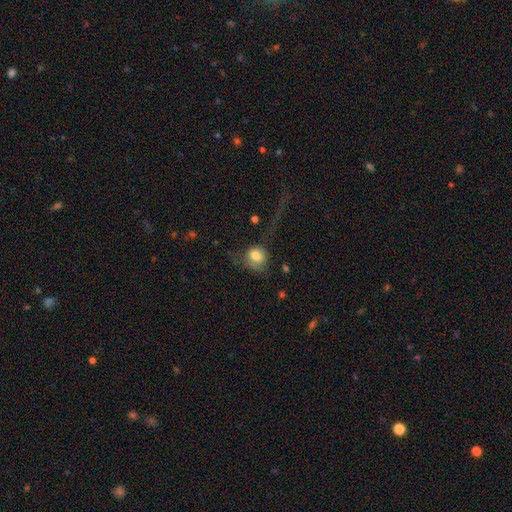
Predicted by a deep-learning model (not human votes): A smooth galaxy with no disk features (76%) that is round (63%).

Vote fractions:
- Smooth or featured? smooth: 76% / featured or disk: 14% / star or artifact: 10%
- How rounded? round: 63% / in between: 36% / cigar-shaped: 1%
- Merging? none: 38% / major disturbance: 37% / minor disturbance: 21% / merger: 4%